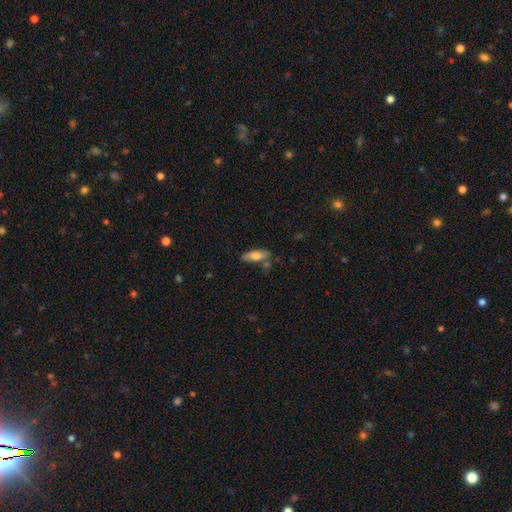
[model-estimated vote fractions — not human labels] Smooth or featured? smooth (71%)
How rounded? in between (67%)
Merging? none (57%)